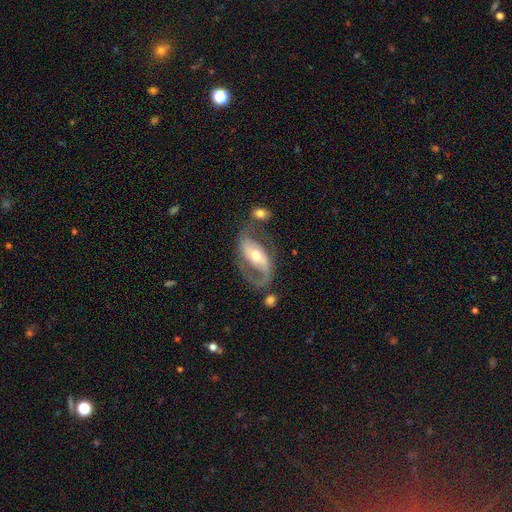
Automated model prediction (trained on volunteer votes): A featured or disk galaxy (84%) with a strong bar (36%), 2 (78%) loose (46%) spiral arms (91%) and a moderate central bulge (70%).

Vote fractions:
- Smooth or featured? featured or disk: 84% / smooth: 11% / star or artifact: 5%
- Edge-on disk? no: 95% / yes: 5%
- Bar? strong: 36% / weak: 34% / no: 31%
- Spiral arms? yes: 91% / no: 9%
- Spiral winding? loose: 46% / medium: 41% / tight: 13%
- Spiral arm count? 2: 78% / 1: 16% / can't tell: 3% / 3: 1% / 4: 1% / more than 4: 1%
- Bulge size? moderate: 70% / small: 21% / large: 7% / dominant: 1% / none: 1%
- Merging? none: 55% / minor disturbance: 18% / major disturbance: 17% / merger: 9%